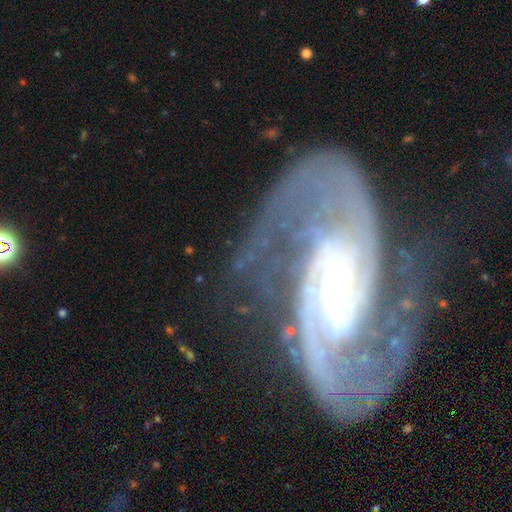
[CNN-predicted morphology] Smooth or featured: featured or disk — 92% (star or artifact — 5%)
Edge-on disk: no — 97% (yes — 3%)
Bar: no — 39% (weak — 38%)
Spiral arms: yes — 98% (no — 2%)
Spiral winding: medium — 51% (tight — 33%)
Spiral arm count: 2 — 85% (3 — 4%)
Bulge size: small — 68% (moderate — 22%)
Merging: none — 66% (minor disturbance — 17%)